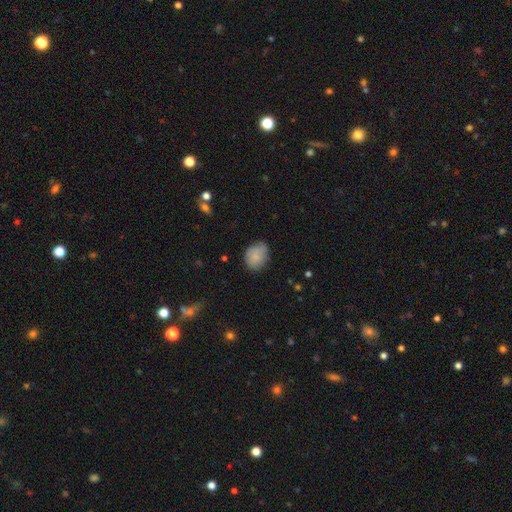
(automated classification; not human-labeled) A smooth galaxy with no disk features (82%) that is in between round and cigar-shaped (56%).

Vote fractions:
- Smooth or featured? smooth: 82% / featured or disk: 10% / star or artifact: 8%
- How rounded? in between: 56% / round: 43% / cigar-shaped: 1%
- Merging? none: 65% / minor disturbance: 27% / major disturbance: 6% / merger: 2%